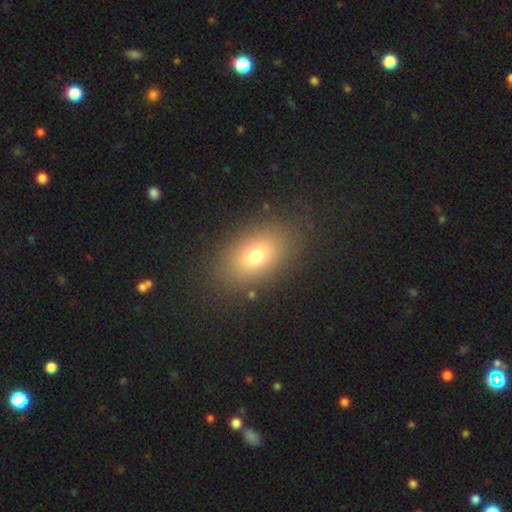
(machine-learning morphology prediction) Smooth or featured? smooth (73%)
How rounded? in between (82%)
Merging? none (85%)